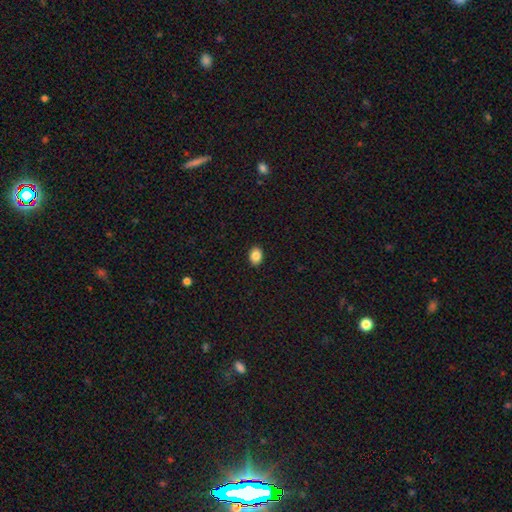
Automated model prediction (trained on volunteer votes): Smooth or featured? Predicted: smooth (p=0.86). How rounded? Predicted: in between (p=0.67). Merging? Predicted: none (p=0.91).